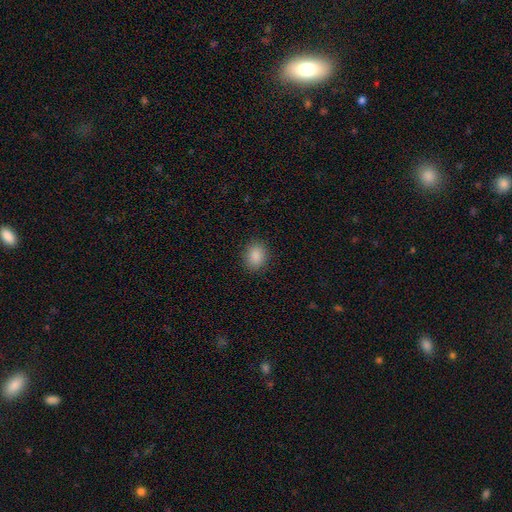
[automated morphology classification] Smooth or featured?
  - smooth: 87% *
  - star or artifact: 9%
  - featured or disk: 3%
How rounded?
  - round: 50% *
  - in between: 49%
  - cigar-shaped: 1%
Merging?
  - none: 88% *
  - minor disturbance: 8%
  - major disturbance: 3%
  - merger: 1%